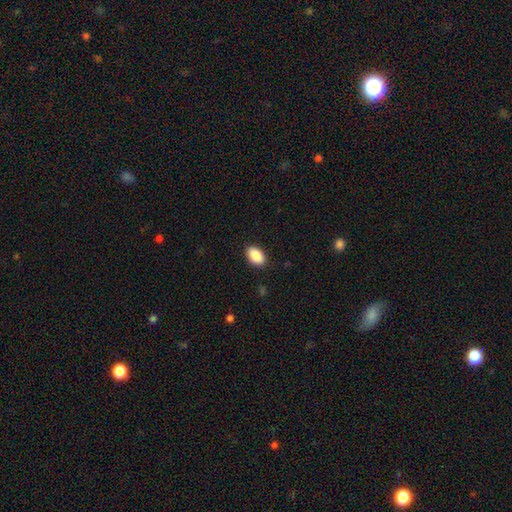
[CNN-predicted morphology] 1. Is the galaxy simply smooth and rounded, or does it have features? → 89% smooth, 7% star or artifact, 4% featured or disk.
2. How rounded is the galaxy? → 93% in between, 6% round, 2% cigar-shaped.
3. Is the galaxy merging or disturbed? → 89% none, 8% minor disturbance, 2% major disturbance, 1% merger.